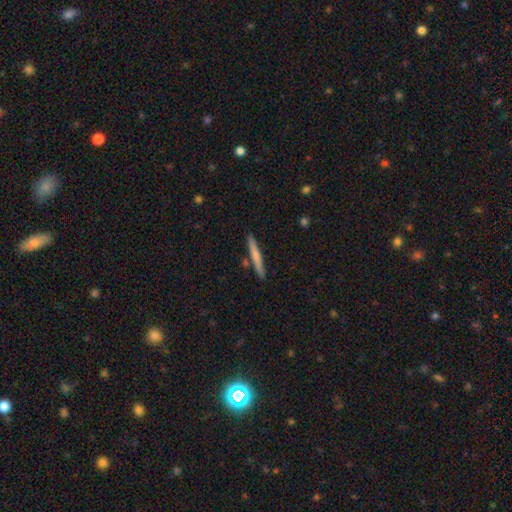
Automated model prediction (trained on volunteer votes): This appears to be a smooth galaxy with no disk features (63%) that is cigar-shaped (96%). Merging: none (87%).